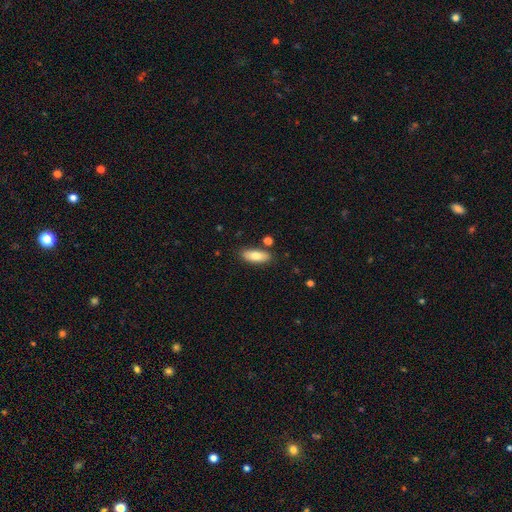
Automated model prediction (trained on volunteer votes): Morphology: type=smooth (78%); roundness=in between (76%); merging=none (82%).